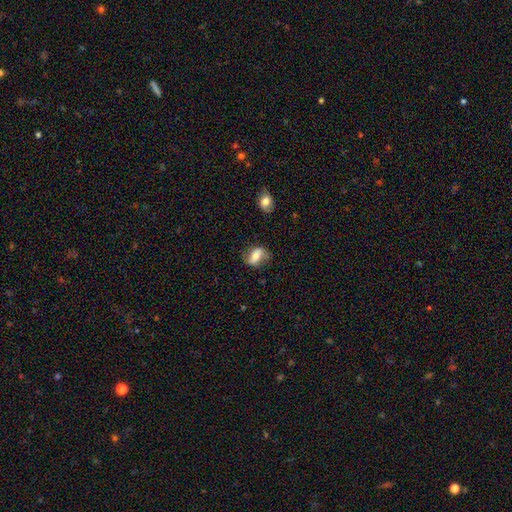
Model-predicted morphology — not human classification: Overall: smooth (55%; featured or disk 37%). How rounded: in between (77%). Merging: none (70%).